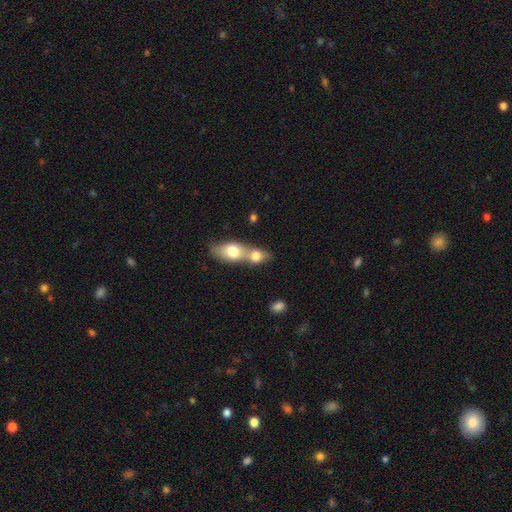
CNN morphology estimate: smooth_or_featured: smooth (p=0.74) [alt: featured or disk p=0.19]
how_rounded: in between (p=0.69) [alt: round p=0.22]
merging: merger (p=0.76) [alt: none p=0.16]